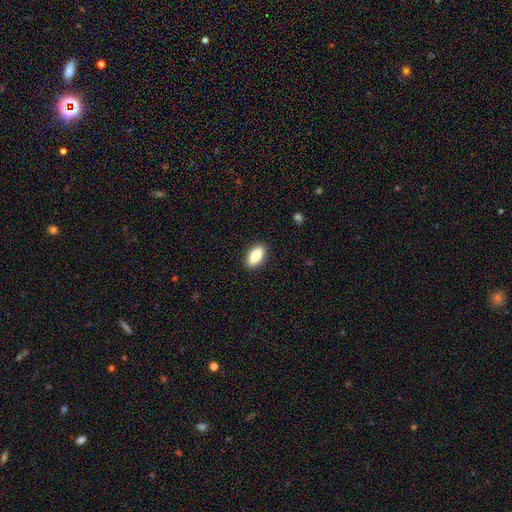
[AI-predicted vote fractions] A smooth galaxy with no disk features (84%) that is in between round and cigar-shaped (89%). Merging: none (90%).